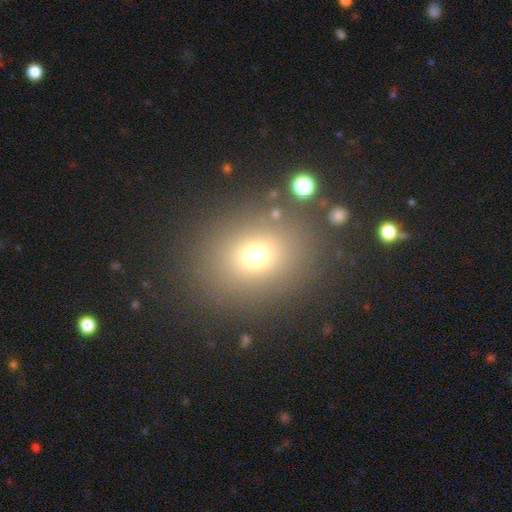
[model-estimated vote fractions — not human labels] Smooth or featured? smooth (69%)
How rounded? round (61%)
Merging? none (84%)